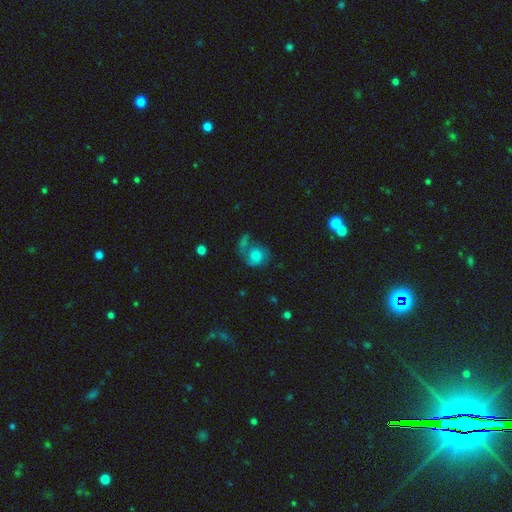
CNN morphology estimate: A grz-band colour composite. It shows a smooth galaxy with no disk features (53%) that is round (73%). Merging: none (38%).